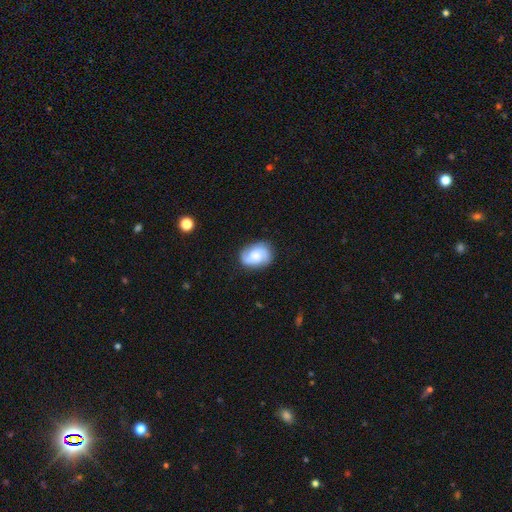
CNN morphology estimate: This appears to be a featured or disk galaxy (49%). Merging: none (74%).